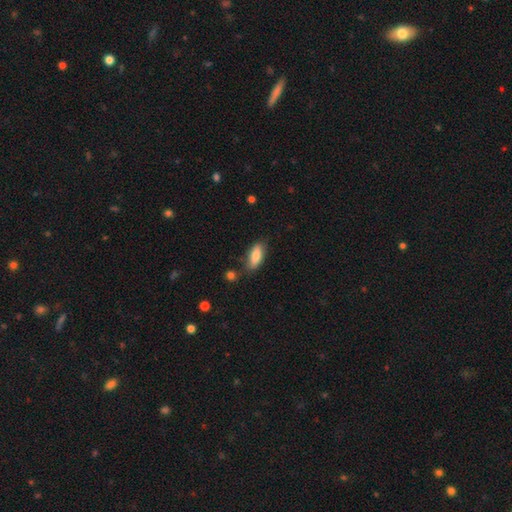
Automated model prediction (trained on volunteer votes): A smooth galaxy with no disk features (79%) that is in between round and cigar-shaped (75%).

Vote fractions:
- Smooth or featured? smooth: 79% / featured or disk: 14% / star or artifact: 7%
- How rounded? in between: 75% / cigar-shaped: 23% / round: 2%
- Merging? none: 74% / minor disturbance: 17% / merger: 5% / major disturbance: 4%